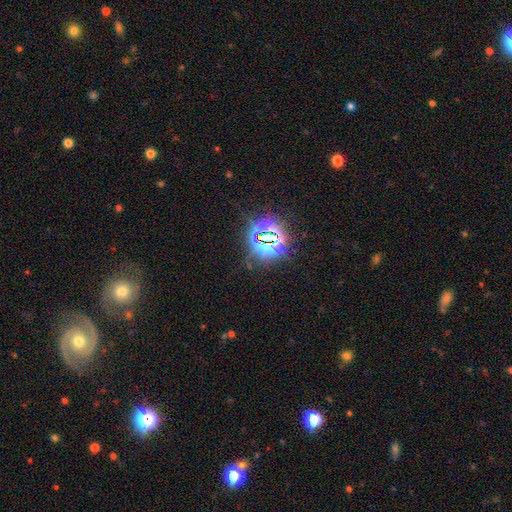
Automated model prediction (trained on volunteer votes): A star or artifact, not a galaxy (74%).